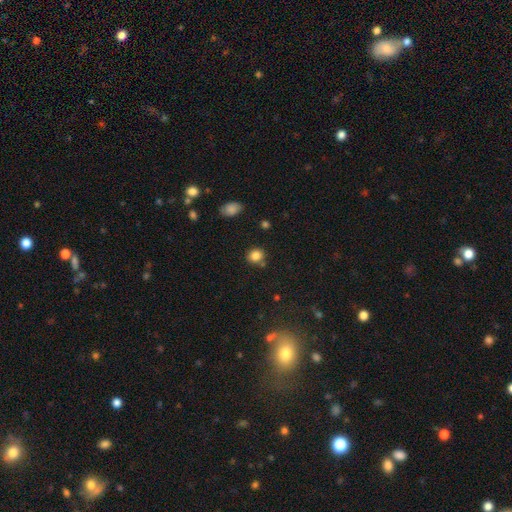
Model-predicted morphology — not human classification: Smooth or featured? smooth (83%)
How rounded? round (76%)
Merging? none (77%)